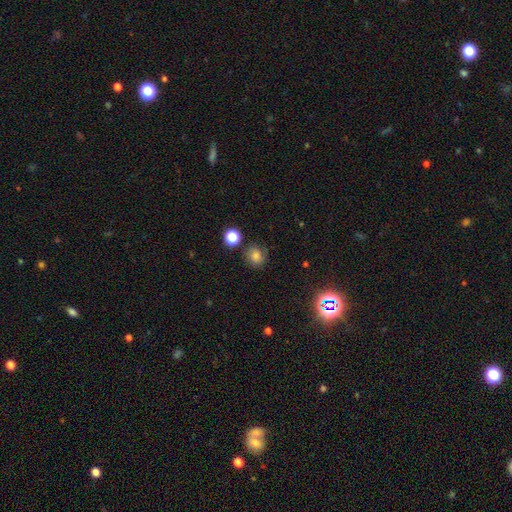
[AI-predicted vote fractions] This appears to be a smooth galaxy with no disk features (70%) that is round (82%). Merging: none (76%).